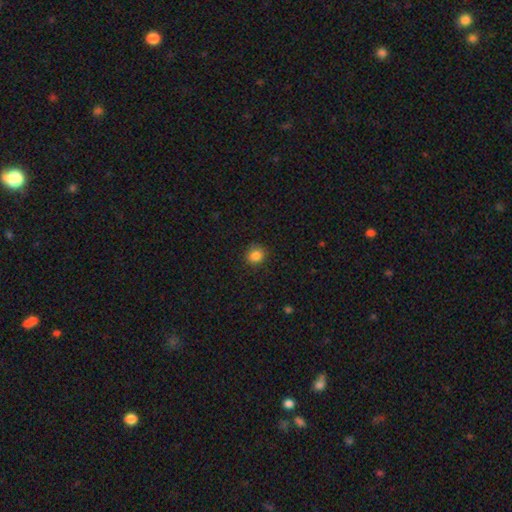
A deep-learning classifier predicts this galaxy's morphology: Smooth or featured? Predicted: smooth (p=0.85). How rounded? Predicted: round (p=0.79). Merging? Predicted: none (p=0.87).